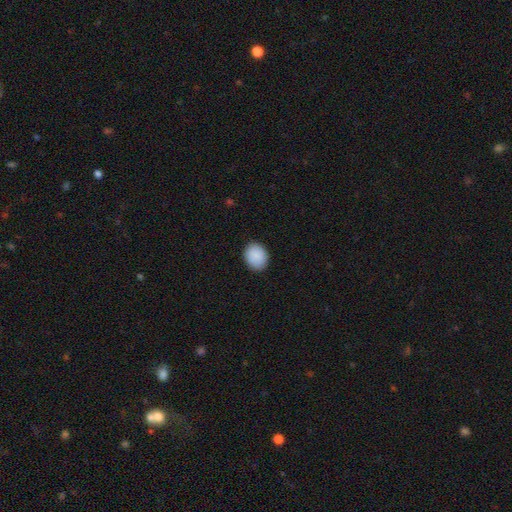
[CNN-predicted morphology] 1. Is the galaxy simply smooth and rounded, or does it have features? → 90% smooth, 7% star or artifact, 3% featured or disk.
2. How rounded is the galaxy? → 55% in between, 44% round, 1% cigar-shaped.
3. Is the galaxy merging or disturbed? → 88% none, 9% minor disturbance, 2% major disturbance, 1% merger.